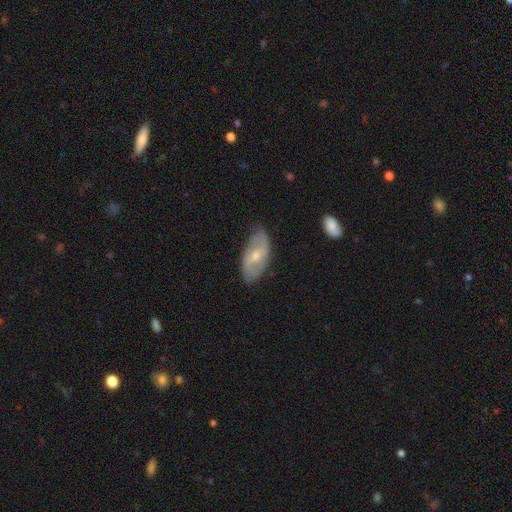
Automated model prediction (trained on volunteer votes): This is likely a featured or disk galaxy (62%). It is clearly not viewed edge-on (91%). Bar: possibly weak (47%). Spiral arm pattern: likely yes (71%). Central bulge: possibly moderate (51%). Merging: likely none (70%).